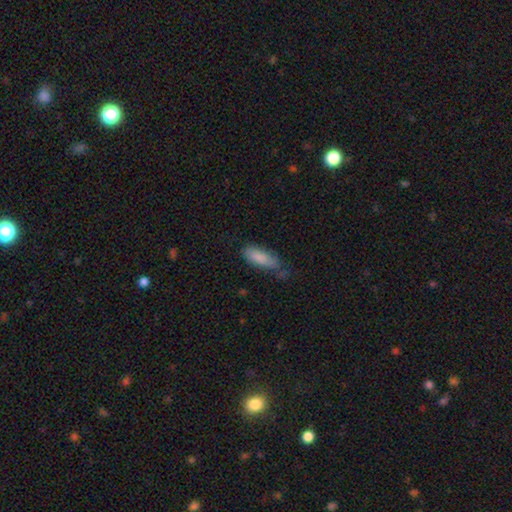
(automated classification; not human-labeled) This appears to be a smooth galaxy with no disk features (82%) that is in between round and cigar-shaped (59%). Merging: none (56%).